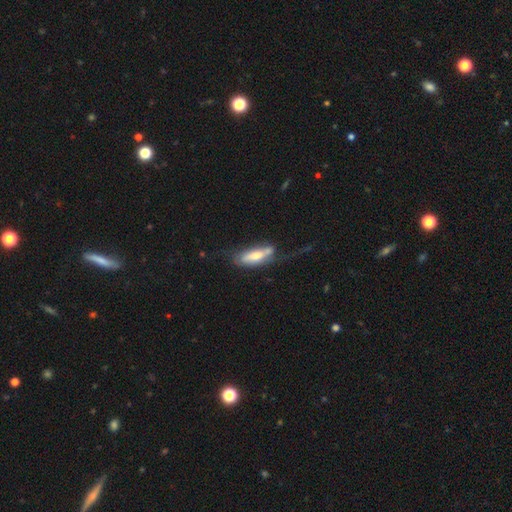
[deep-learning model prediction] Q: Smooth or featured?
A: smooth (47%); tied with: featured or disk (47%)
Q: Merging?
A: none (37%); runner-up: minor disturbance (27%)